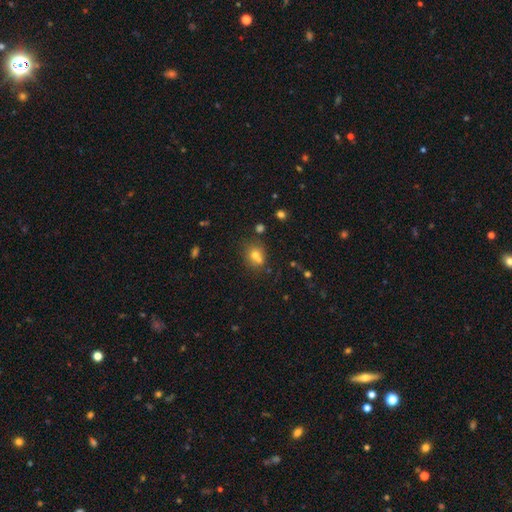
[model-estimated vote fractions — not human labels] Smooth or featured?
  - smooth: 67% *
  - star or artifact: 17%
  - featured or disk: 16%
How rounded?
  - round: 65% *
  - in between: 34%
  - cigar-shaped: 1%
Merging?
  - none: 48% *
  - merger: 36%
  - minor disturbance: 12%
  - major disturbance: 4%